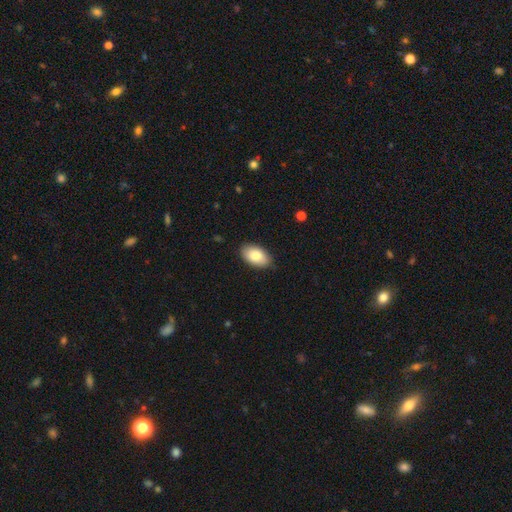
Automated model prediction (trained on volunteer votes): The model was most divided on "smooth or featured": smooth: 84%, featured or disk: 10%, star or artifact: 6%. More confident: how rounded — in between (94%); merging — none (86%).